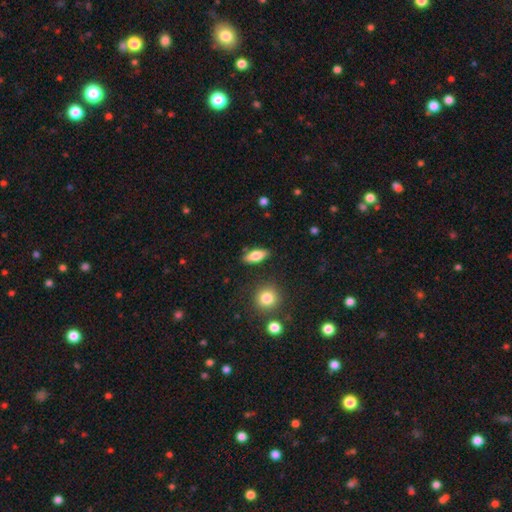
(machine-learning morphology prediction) smooth_or_featured: smooth (p=0.73) [alt: featured or disk p=0.20]
how_rounded: in between (p=0.73) [alt: cigar-shaped p=0.23]
merging: none (p=0.86) [alt: minor disturbance p=0.10]